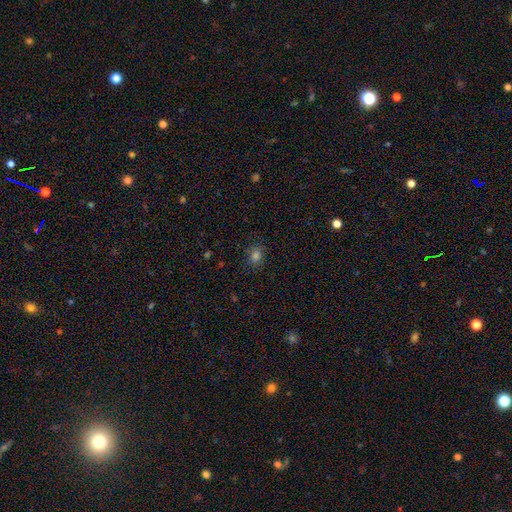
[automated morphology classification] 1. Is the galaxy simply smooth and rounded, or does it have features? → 77% smooth, 17% star or artifact, 5% featured or disk.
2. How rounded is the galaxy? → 51% round, 48% in between, 1% cigar-shaped.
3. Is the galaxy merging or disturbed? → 84% none, 11% minor disturbance, 3% major disturbance, 1% merger.